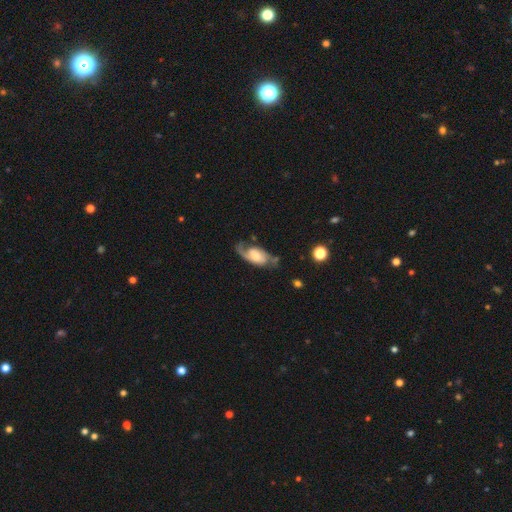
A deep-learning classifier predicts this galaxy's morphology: Overall: featured or disk (78%). Edge-on disk: no (94%). Bar: no (48%; weak 40%). Spiral arms: yes (94%). Spiral arm count: 2 (78%). Spiral winding: medium (45%; loose 37%). Bulge size: moderate (43%; large 25%). Merging: none (60%; minor disturbance 22%).